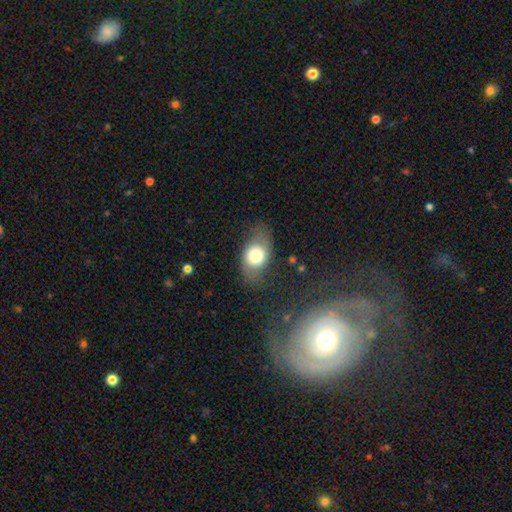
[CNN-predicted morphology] smooth 64%, featured or disk 27%, star or artifact 8%. Down the decision tree: how rounded — in between (73%); merging — none (64%).